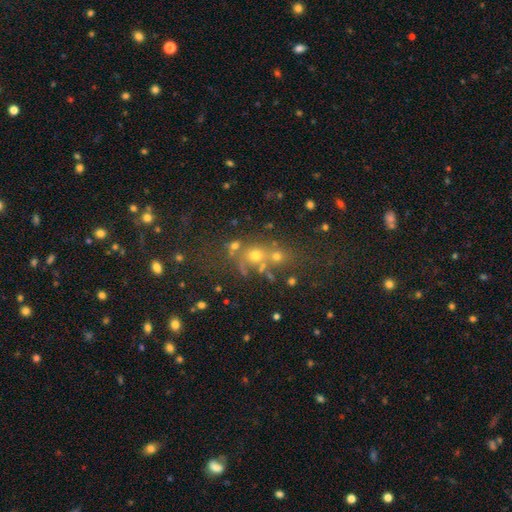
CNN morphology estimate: Smooth or featured? star or artifact (44%)